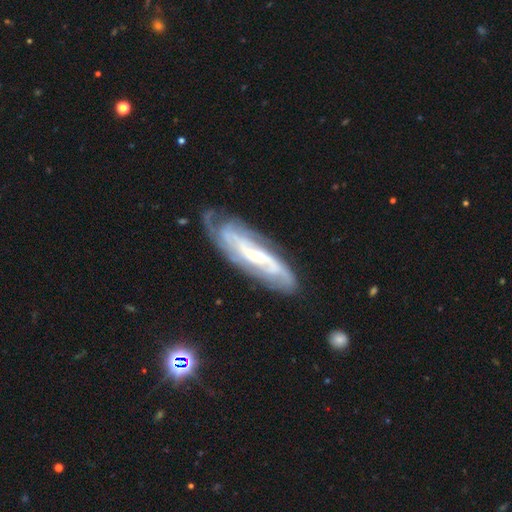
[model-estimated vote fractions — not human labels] A featured or disk galaxy (83%) with no bar (45%), 2 (38%) tight (48%) spiral arms (95%) and a small central bulge (60%). Merging: none (71%).